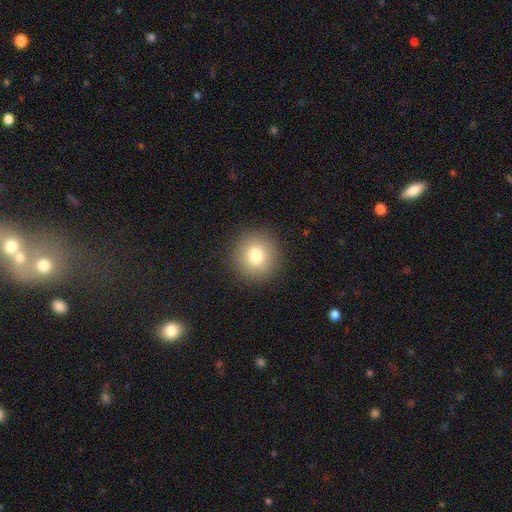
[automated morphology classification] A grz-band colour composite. It shows a smooth galaxy with no disk features (79%) that is round (94%). Merging: none (91%).